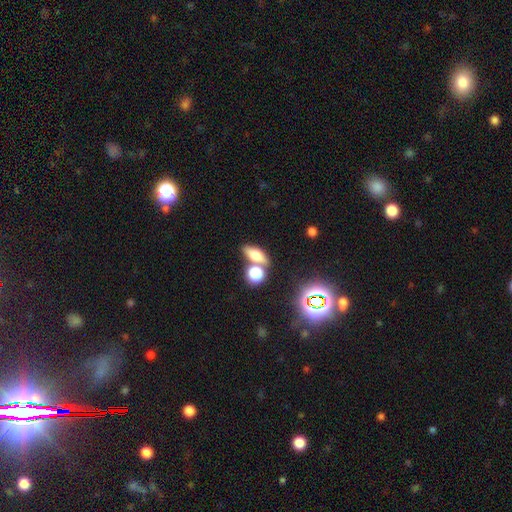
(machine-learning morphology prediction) smooth 63%, featured or disk 21%, star or artifact 16%. Down the decision tree: how rounded — in between (59%); merging — none (63%).